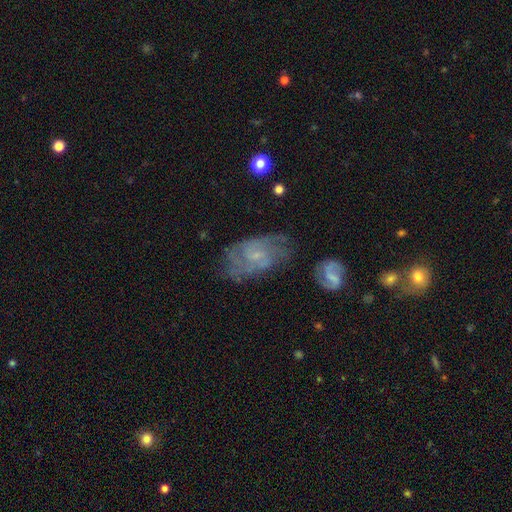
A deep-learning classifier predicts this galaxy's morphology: featured or disk 74%, smooth 17%, star or artifact 8%. Down the decision tree: edge-on disk — no (96%); bar — no (54%); spiral arms — yes (88%); spiral arm count — 2 (40%); spiral winding — medium (43%); bulge size — small (71%); merging — none (58%).